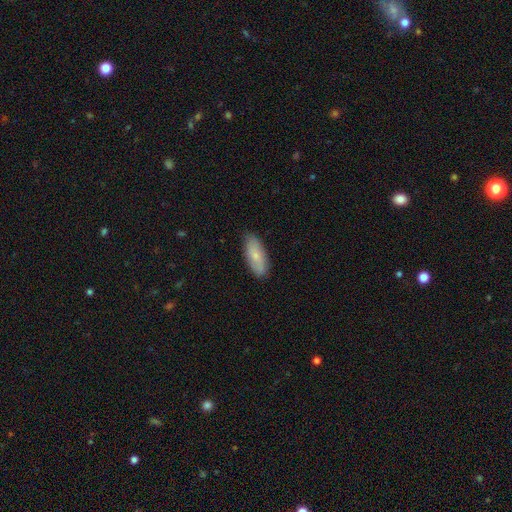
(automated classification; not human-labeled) Q: Smooth or featured?
A: smooth (76%); runner-up: featured or disk (18%)
Q: How rounded?
A: in between (78%); runner-up: cigar-shaped (19%)
Q: Merging?
A: none (83%); runner-up: minor disturbance (13%)